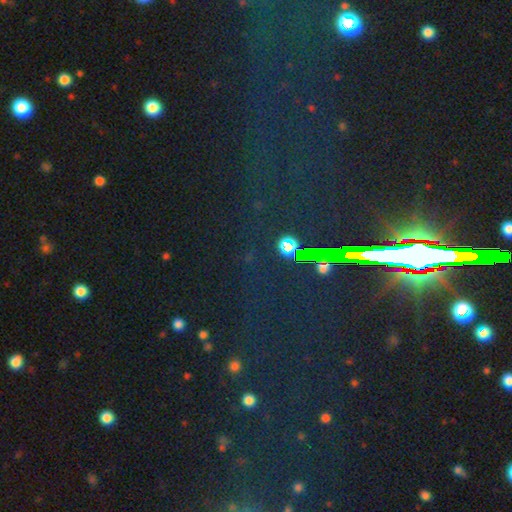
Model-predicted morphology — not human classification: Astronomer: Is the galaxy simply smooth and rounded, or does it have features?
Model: star or artifact — 80%.